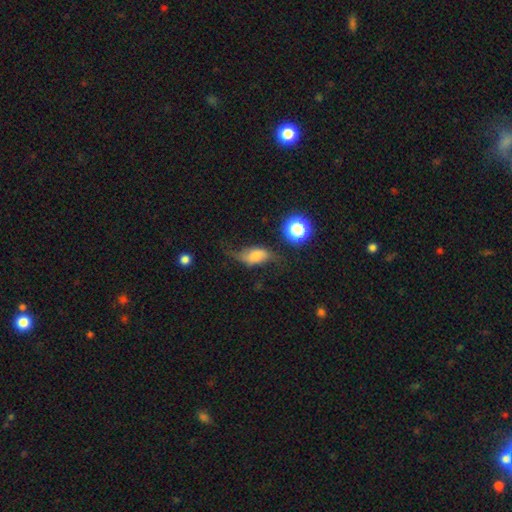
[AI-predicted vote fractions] Smooth or featured? Predicted: smooth (p=0.49). Merging? Predicted: none (p=0.45).